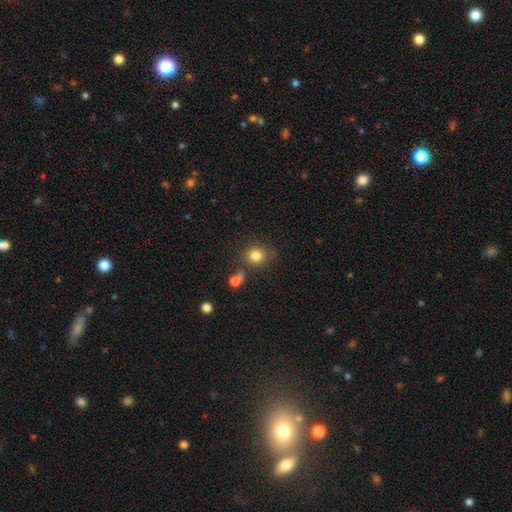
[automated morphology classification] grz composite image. It shows a smooth galaxy with no disk features (82%) that is round (84%). Merging: none (73%).